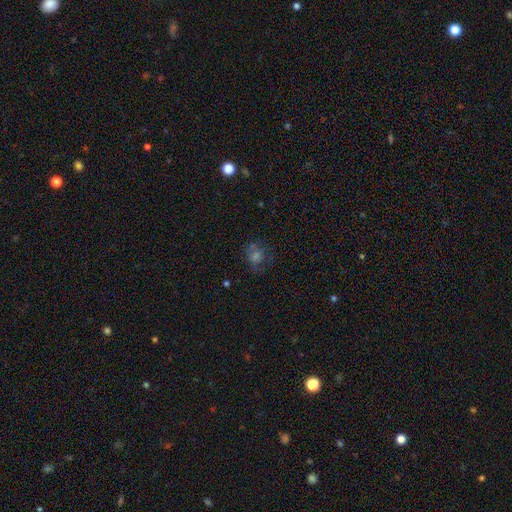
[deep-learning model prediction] smooth 45%, star or artifact 31%, featured or disk 24%. Down the decision tree: merging — none (68%).